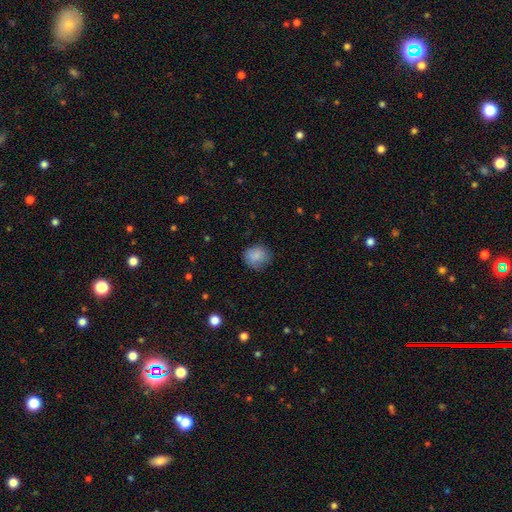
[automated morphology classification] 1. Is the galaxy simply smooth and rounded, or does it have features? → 86% smooth, 8% star or artifact, 6% featured or disk.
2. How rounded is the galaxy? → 75% round, 24% in between, 1% cigar-shaped.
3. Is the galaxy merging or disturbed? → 77% none, 18% minor disturbance, 4% major disturbance, 1% merger.